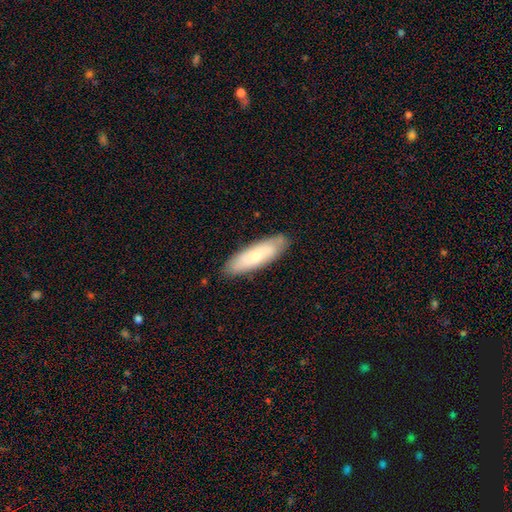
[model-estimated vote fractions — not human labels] Q: Smooth or featured?
A: smooth (67%); runner-up: featured or disk (27%)
Q: How rounded?
A: cigar-shaped (50%); runner-up: in between (48%)
Q: Merging?
A: none (84%); runner-up: minor disturbance (12%)